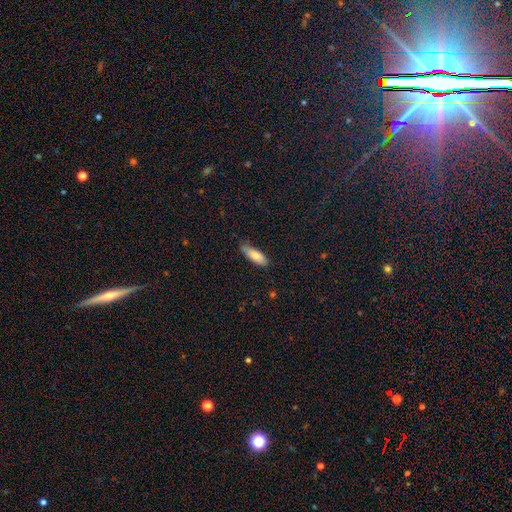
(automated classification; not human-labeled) Morphology: type=smooth (79%); roundness=in between (62%); merging=none (76%).